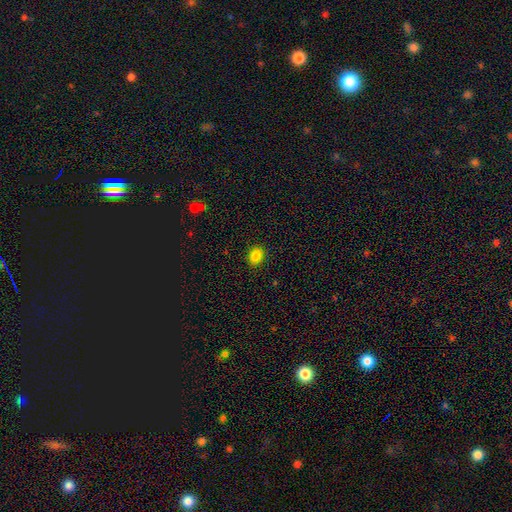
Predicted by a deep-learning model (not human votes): Morphology: type=smooth (85%); roundness=in between (52%); merging=none (90%).